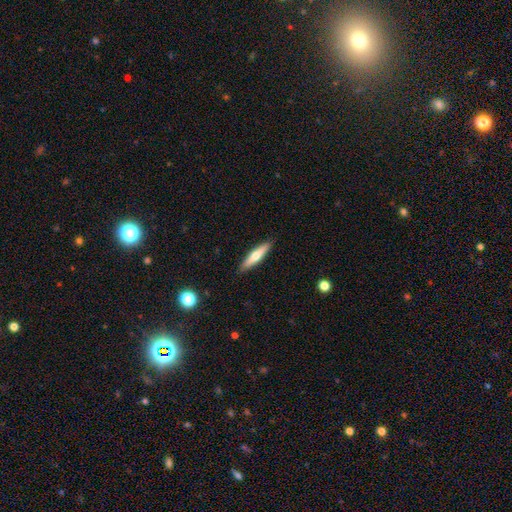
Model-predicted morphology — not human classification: A smooth galaxy with no disk features (53%) that is cigar-shaped (82%). Merging: none (90%).